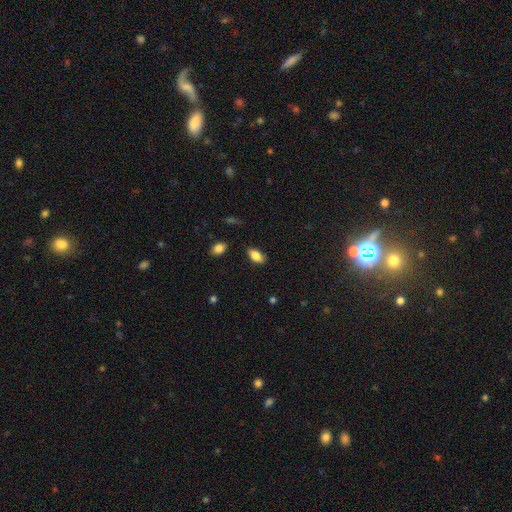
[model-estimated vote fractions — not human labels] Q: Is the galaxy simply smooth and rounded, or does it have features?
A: smooth — 84%.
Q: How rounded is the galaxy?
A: in between — 91%.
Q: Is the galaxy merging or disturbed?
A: none — 82%.